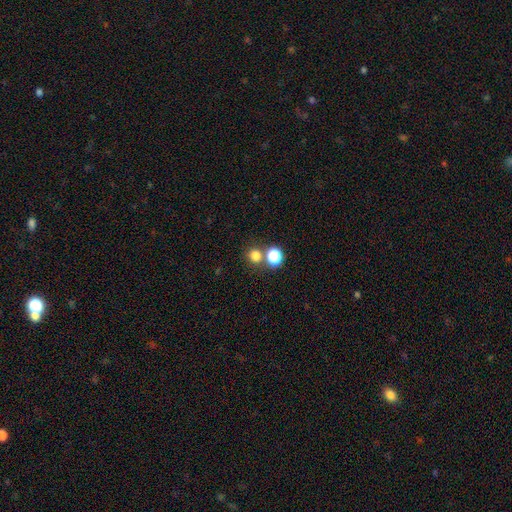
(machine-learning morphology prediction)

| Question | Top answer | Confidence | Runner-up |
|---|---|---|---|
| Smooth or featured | smooth | 76% | star or artifact (18%) |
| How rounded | round | 88% | in between (11%) |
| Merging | none | 67% | merger (23%) |